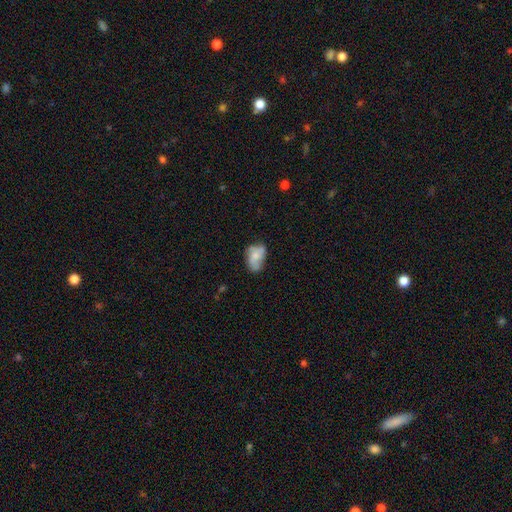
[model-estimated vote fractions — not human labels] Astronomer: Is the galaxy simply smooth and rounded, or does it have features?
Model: smooth — 53% (runner-up: featured or disk, 39%).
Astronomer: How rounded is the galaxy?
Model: in between — 84%.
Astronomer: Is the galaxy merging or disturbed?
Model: none — 49% (runner-up: minor disturbance, 30%).